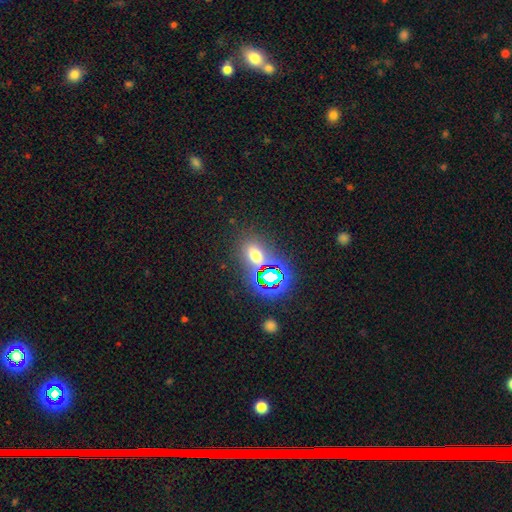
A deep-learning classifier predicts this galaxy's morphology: The model was most divided on "smooth or featured": smooth: 50%, star or artifact: 38%, featured or disk: 11%. More confident: merging — none (72%); how rounded — in between (63%).